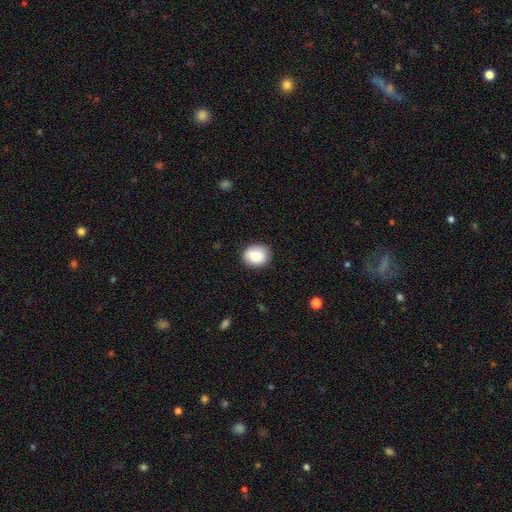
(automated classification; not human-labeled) Smooth or featured? smooth (88%)
How rounded? round (58%)
Merging? none (85%)